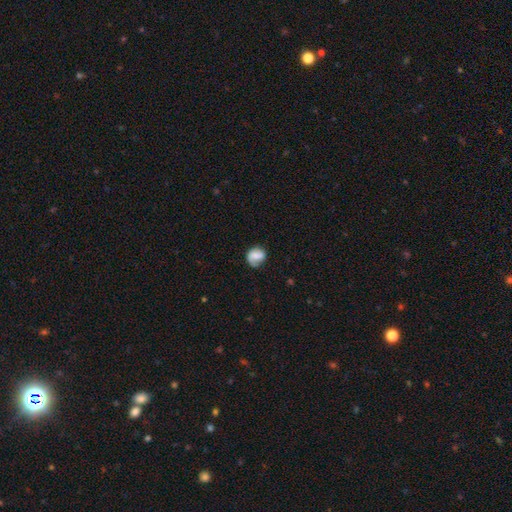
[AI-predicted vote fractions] Smooth or featured? smooth (57%)
How rounded? round (68%)
Merging? none (55%)